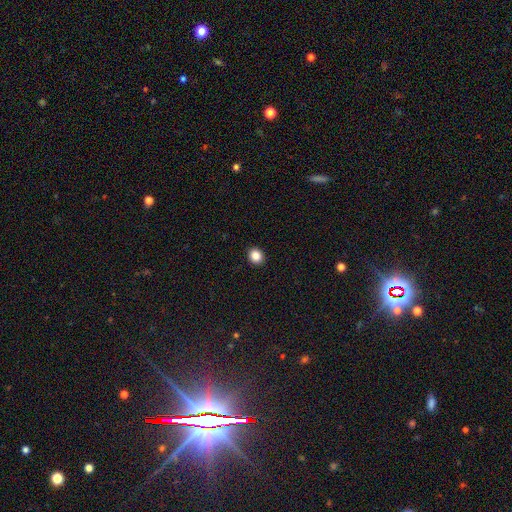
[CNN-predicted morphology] Smooth or featured? Predicted: smooth (p=0.87). How rounded? Predicted: round (p=0.73). Merging? Predicted: none (p=0.93).